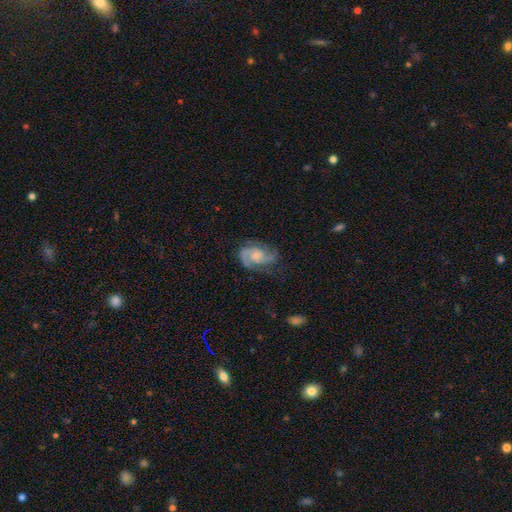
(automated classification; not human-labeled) Smooth or featured? Predicted: featured or disk (p=0.83). Edge-on disk? Predicted: no (p=0.97). Bar? Predicted: no (p=0.65). Spiral arms? Predicted: yes (p=0.97). Spiral winding? Predicted: medium (p=0.50). Spiral arm count? Predicted: 2 (p=0.74). Bulge size? Predicted: small (p=0.45). Merging? Predicted: none (p=0.67).